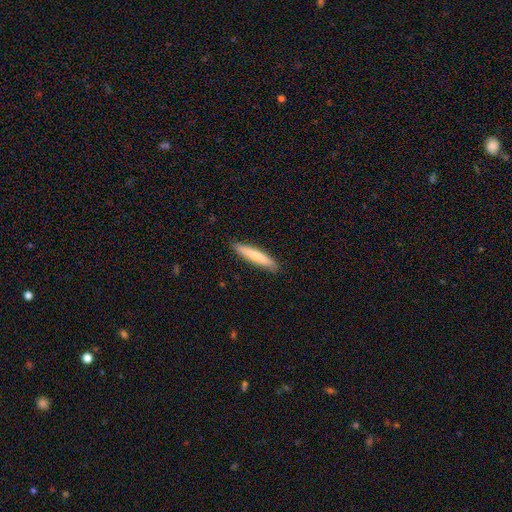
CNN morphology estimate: type=smooth (75%); roundness=cigar-shaped (93%); merging=none (90%).